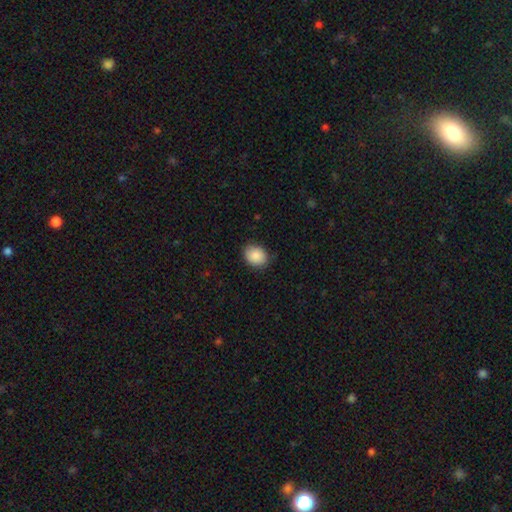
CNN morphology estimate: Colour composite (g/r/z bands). It shows a smooth galaxy with no disk features (88%) that is in between round and cigar-shaped (57%). Merging: none (84%).